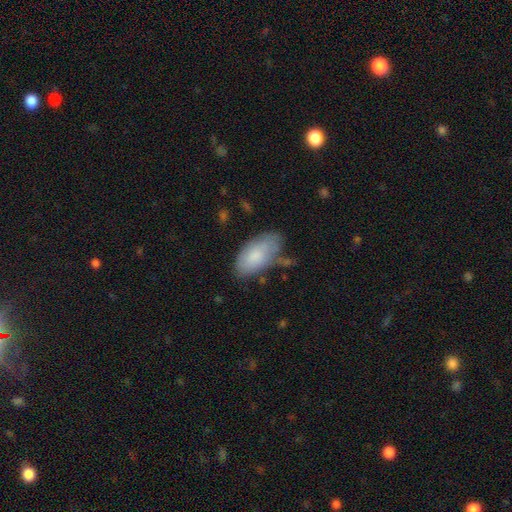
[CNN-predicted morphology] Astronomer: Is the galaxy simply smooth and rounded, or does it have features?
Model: smooth — 79%.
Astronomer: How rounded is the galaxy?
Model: in between — 94%.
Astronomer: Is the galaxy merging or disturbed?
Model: none — 59%.